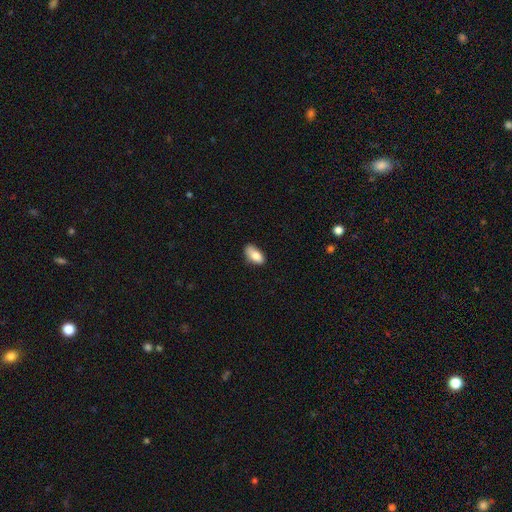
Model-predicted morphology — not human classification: smooth 83%, featured or disk 10%, star or artifact 7%. Down the decision tree: how rounded — in between (92%); merging — none (72%).